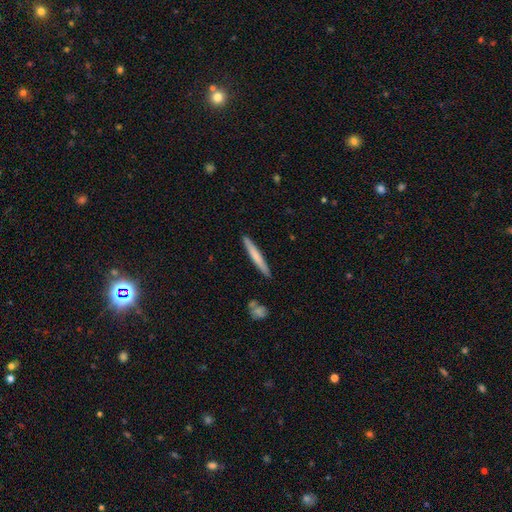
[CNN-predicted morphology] smooth_or_featured: smooth (p=0.68) [alt: featured or disk p=0.27]
how_rounded: cigar-shaped (p=0.96) [alt: in between p=0.03]
merging: none (p=0.89) [alt: minor disturbance p=0.08]